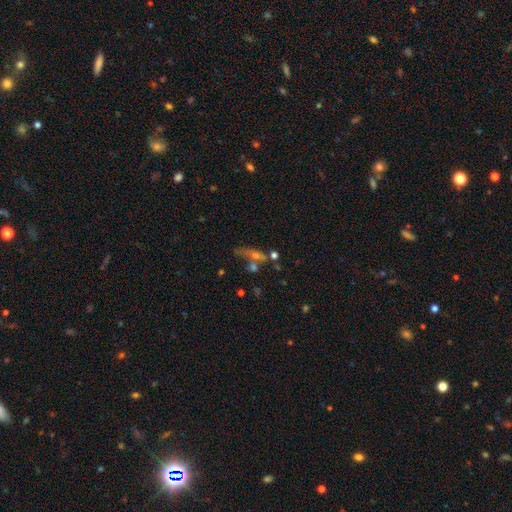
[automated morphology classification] Smooth or featured?
  - featured or disk: 41% *
  - smooth: 36%
  - star or artifact: 23%
Merging?
  - none: 49% *
  - merger: 24%
  - minor disturbance: 15%
  - major disturbance: 12%